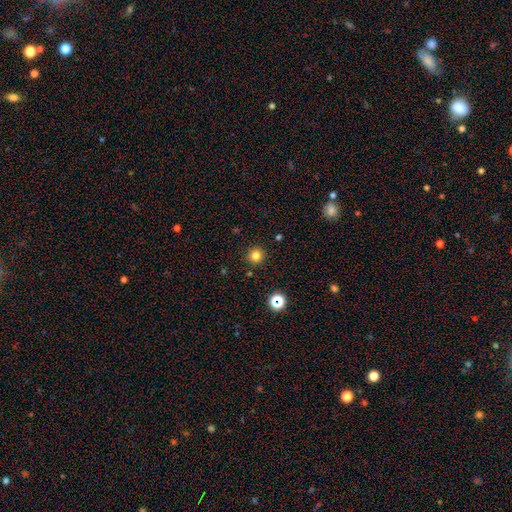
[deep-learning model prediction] This appears to be a smooth galaxy with no disk features (80%) that is round (95%). Merging: none (91%).